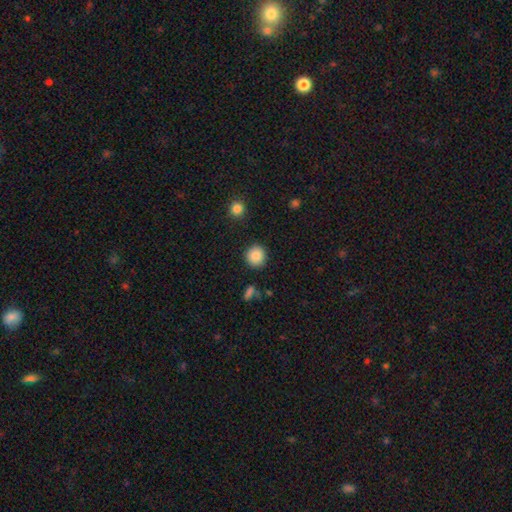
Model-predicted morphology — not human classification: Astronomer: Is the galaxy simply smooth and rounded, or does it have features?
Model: smooth — 87%.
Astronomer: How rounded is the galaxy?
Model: round — 88%.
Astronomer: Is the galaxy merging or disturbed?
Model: none — 89%.